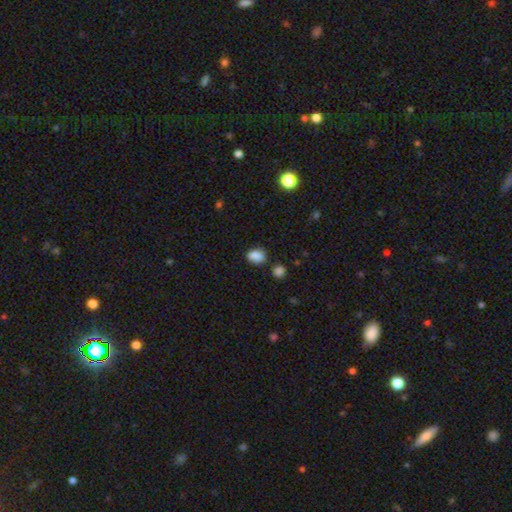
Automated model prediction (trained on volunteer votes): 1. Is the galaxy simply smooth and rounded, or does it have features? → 86% smooth, 10% star or artifact, 4% featured or disk.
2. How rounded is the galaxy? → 67% in between, 32% round, 1% cigar-shaped.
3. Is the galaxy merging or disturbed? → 72% none, 16% minor disturbance, 7% merger, 4% major disturbance.